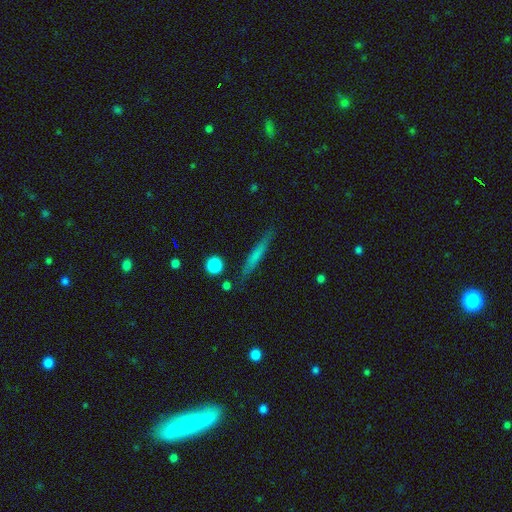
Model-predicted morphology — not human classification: Smooth or featured?
  - smooth: 55% *
  - featured or disk: 38%
  - star or artifact: 8%
How rounded?
  - cigar-shaped: 94% *
  - in between: 4%
  - round: 2%
Merging?
  - none: 85% *
  - minor disturbance: 11%
  - major disturbance: 2%
  - merger: 2%